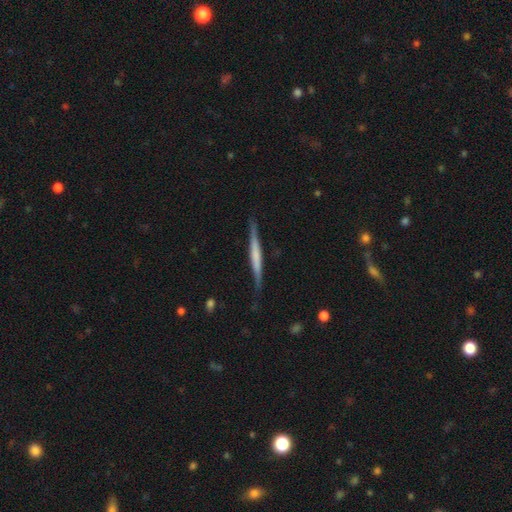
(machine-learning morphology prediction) The model was most divided on "smooth or featured": featured or disk: 55%, smooth: 39%, star or artifact: 5%. More confident: edge-on disk — yes (96%); merging — none (81%); edge-on bulge — none (61%).